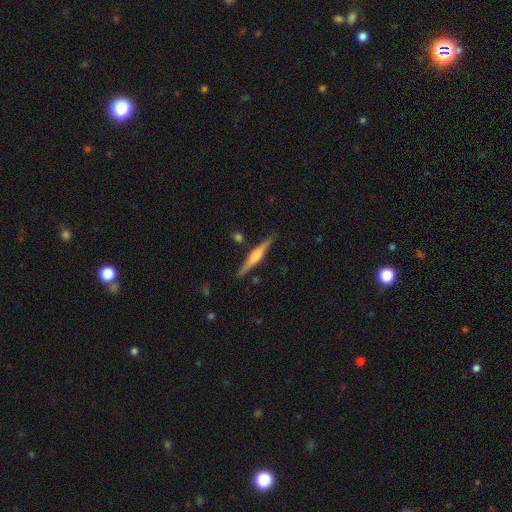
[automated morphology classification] This is likely a featured or disk galaxy (68%). It is clearly viewed edge-on (98%). Edge-on bulge: likely rounded (75%). Merging: clearly none (88%).